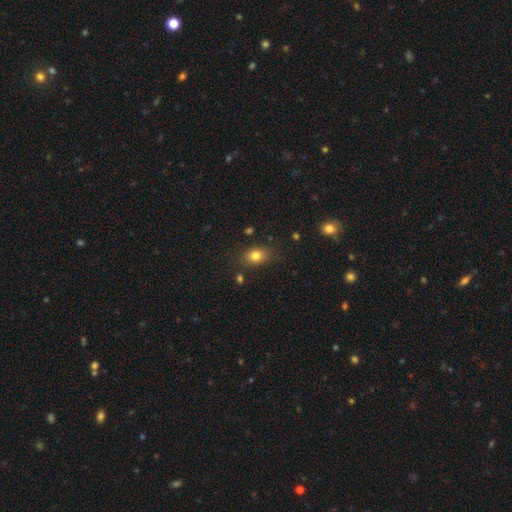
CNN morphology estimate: Smooth or featured? smooth (80%)
How rounded? in between (67%)
Merging? none (80%)